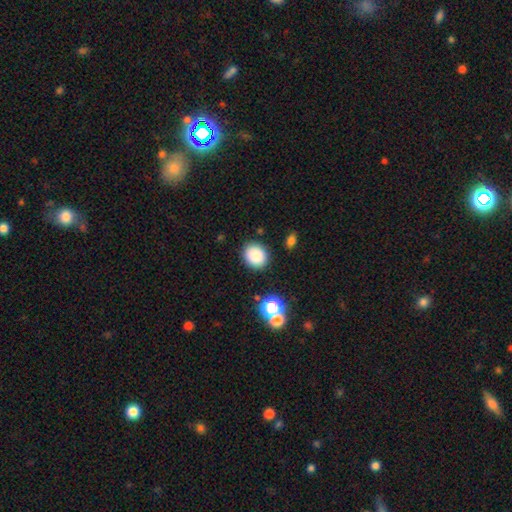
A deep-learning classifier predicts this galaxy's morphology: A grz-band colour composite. It shows a smooth galaxy with no disk features (85%) that is round (66%). Merging: none (86%).